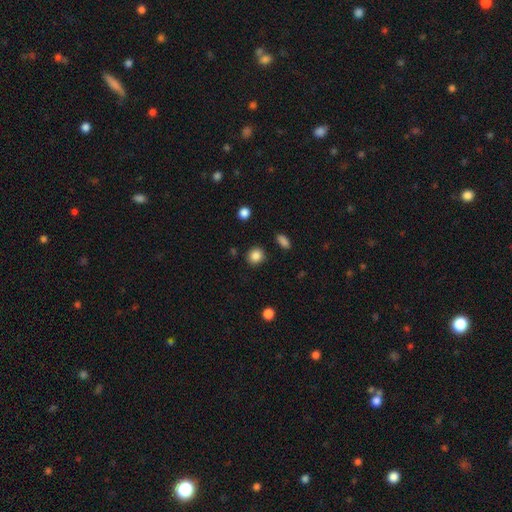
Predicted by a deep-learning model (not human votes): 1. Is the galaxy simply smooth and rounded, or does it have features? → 86% smooth, 10% star or artifact, 4% featured or disk.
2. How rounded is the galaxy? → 82% round, 17% in between, 1% cigar-shaped.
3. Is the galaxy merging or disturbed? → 88% none, 7% minor disturbance, 2% major disturbance, 2% merger.